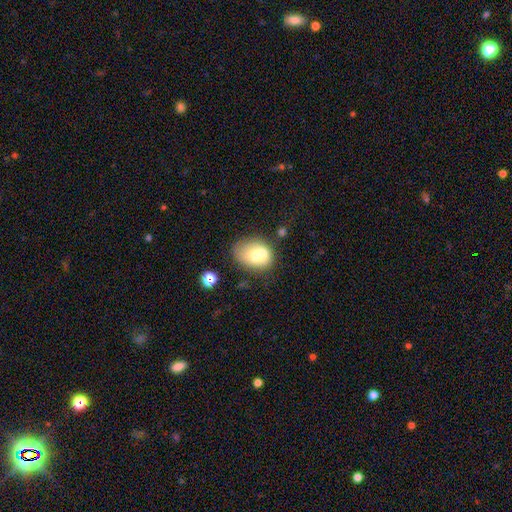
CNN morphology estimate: Smooth or featured: smooth — 66% (featured or disk — 25%)
How rounded: in between — 68% (round — 31%)
Merging: merger — 39% (none — 38%)